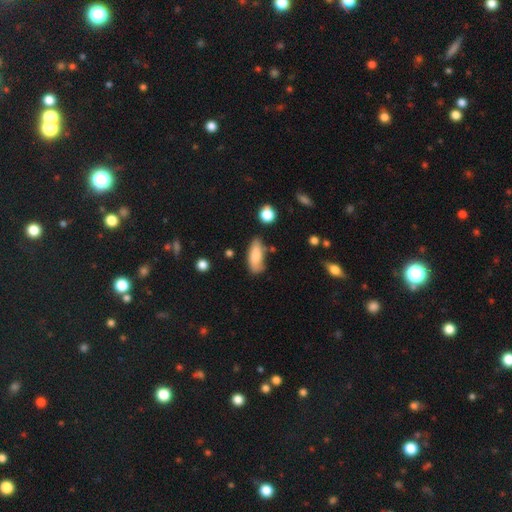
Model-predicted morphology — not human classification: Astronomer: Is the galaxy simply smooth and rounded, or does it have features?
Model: smooth — 81%.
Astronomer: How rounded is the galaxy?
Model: in between — 76%.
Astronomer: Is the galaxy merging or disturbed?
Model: none — 64%.